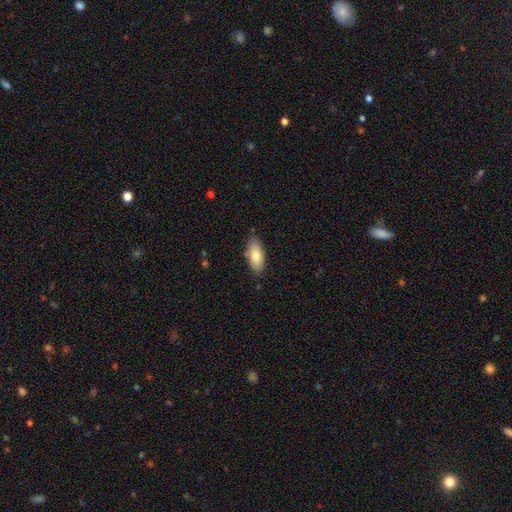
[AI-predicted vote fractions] This is likely a smooth galaxy (79%). How rounded: clearly in between (87%). Merging: clearly none (82%).